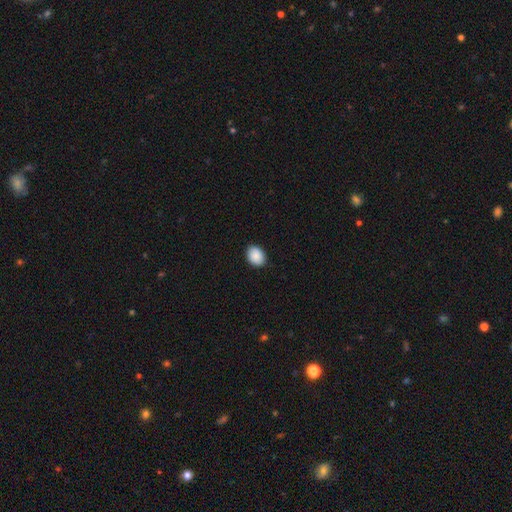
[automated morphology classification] A smooth galaxy with no disk features (90%) that is in between round and cigar-shaped (65%).

Vote fractions:
- Smooth or featured? smooth: 90% / star or artifact: 7% / featured or disk: 3%
- How rounded? in between: 65% / round: 34% / cigar-shaped: 1%
- Merging? none: 89% / minor disturbance: 8% / major disturbance: 2% / merger: 1%